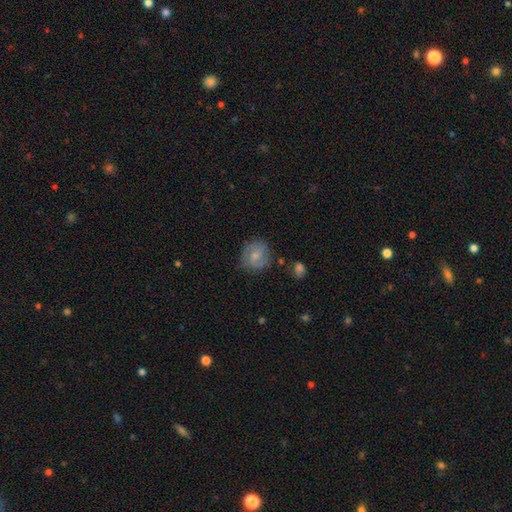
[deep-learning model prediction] smooth 53%, featured or disk 40%, star or artifact 7%. Down the decision tree: how rounded — round (79%); merging — none (72%).